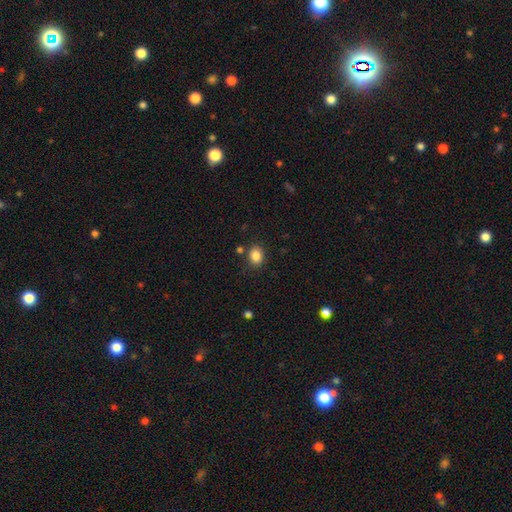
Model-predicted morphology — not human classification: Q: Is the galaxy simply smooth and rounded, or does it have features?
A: smooth — 85%.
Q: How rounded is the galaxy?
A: in between — 52%.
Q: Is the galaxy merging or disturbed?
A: none — 82%.